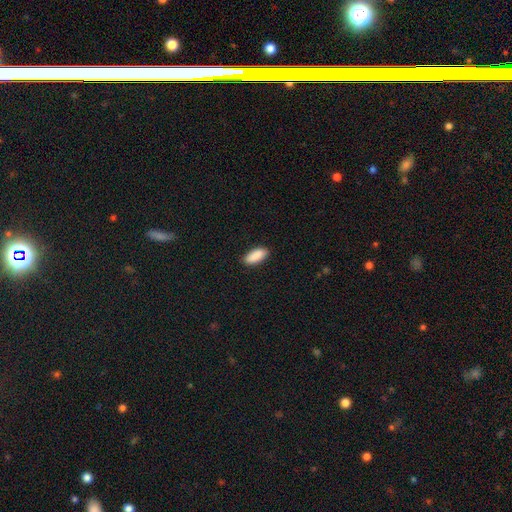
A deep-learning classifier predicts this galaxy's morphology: smooth_or_featured: smooth (p=0.91) [alt: star or artifact p=0.06]
how_rounded: in between (p=0.83) [alt: cigar-shaped p=0.15]
merging: none (p=0.89) [alt: minor disturbance p=0.09]